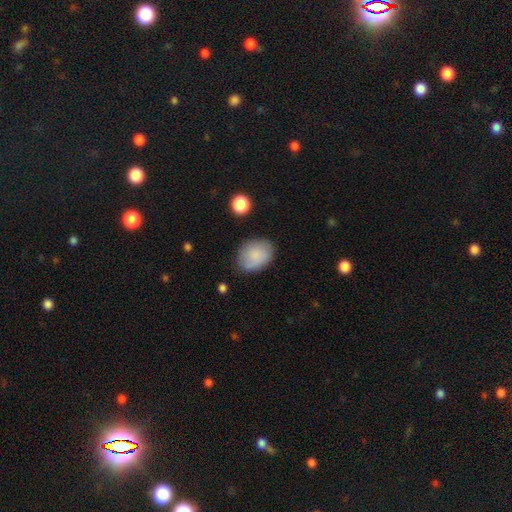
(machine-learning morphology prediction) This appears to be a smooth galaxy with no disk features (83%) that is in between round and cigar-shaped (69%). Merging: none (75%).